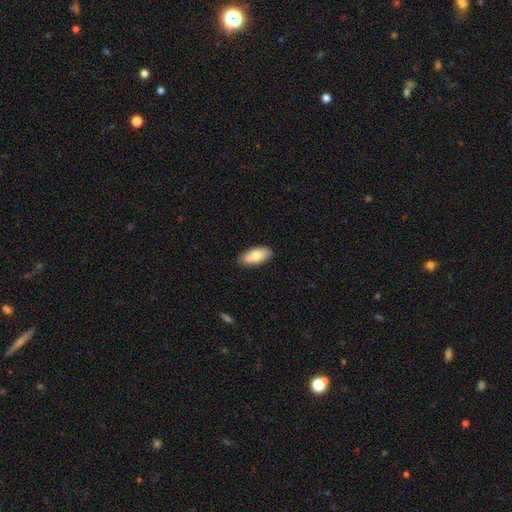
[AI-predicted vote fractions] This is likely a smooth galaxy (78%). How rounded: clearly in between (91%). Merging: clearly none (84%).